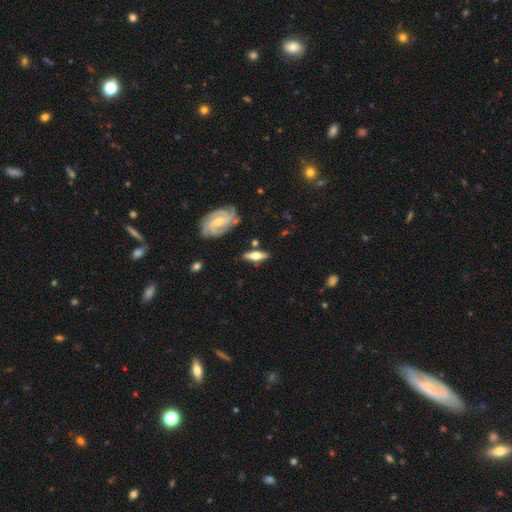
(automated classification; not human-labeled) featured or disk 61%, smooth 33%, star or artifact 6%. Down the decision tree: edge-on disk — yes (76%); merging — none (80%).